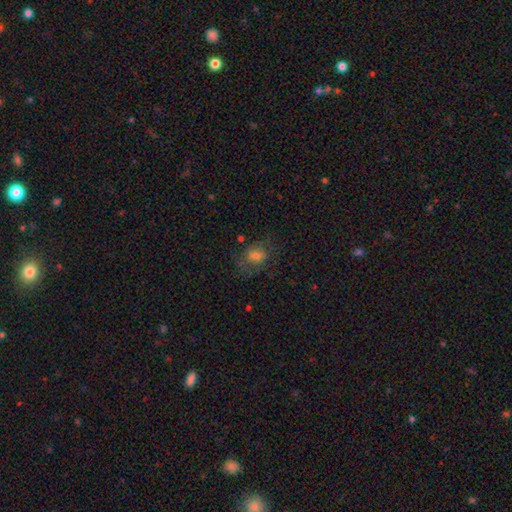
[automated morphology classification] Q: Smooth or featured?
A: smooth (60%); runner-up: featured or disk (26%)
Q: How rounded?
A: in between (57%); runner-up: round (42%)
Q: Merging?
A: none (60%); runner-up: minor disturbance (21%)